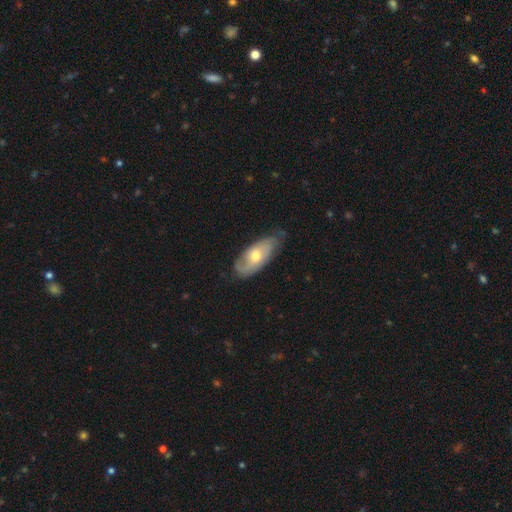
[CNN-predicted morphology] The model was most divided on "smooth or featured": featured or disk: 53%, smooth: 41%, star or artifact: 6%. More confident: edge-on disk — no (83%); merging — none (63%).